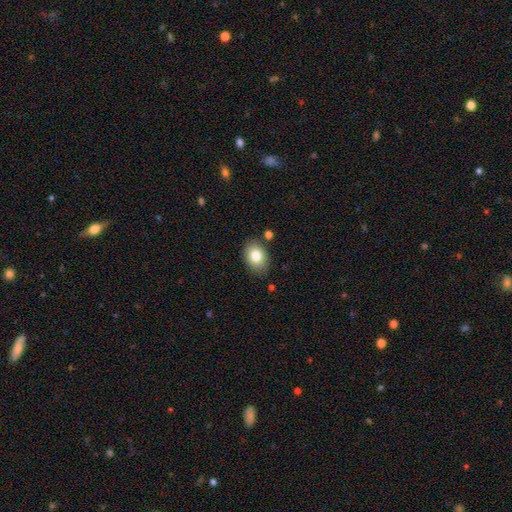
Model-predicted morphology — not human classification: Smooth or featured?
  - smooth: 81% *
  - featured or disk: 10%
  - star or artifact: 9%
How rounded?
  - in between: 73% *
  - round: 26%
  - cigar-shaped: 1%
Merging?
  - none: 81% *
  - minor disturbance: 13%
  - merger: 3%
  - major disturbance: 3%